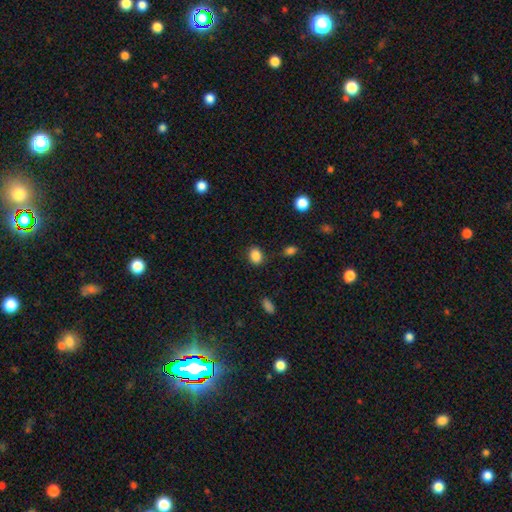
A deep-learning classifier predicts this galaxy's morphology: Overall: smooth (86%). How rounded: in between (62%; round 37%). Merging: none (83%).